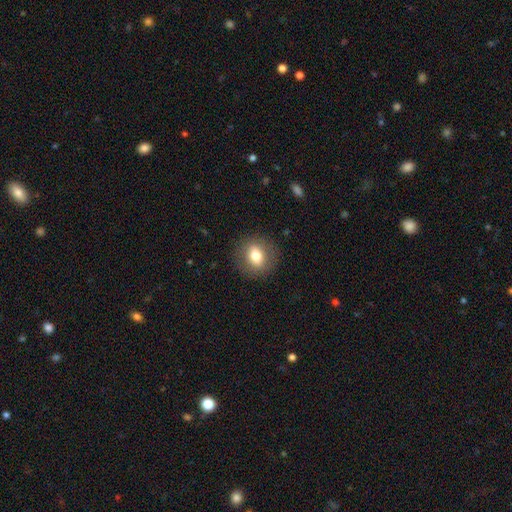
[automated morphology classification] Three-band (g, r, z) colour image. It shows a smooth galaxy with no disk features (71%) that is round (67%). Merging: none (87%).